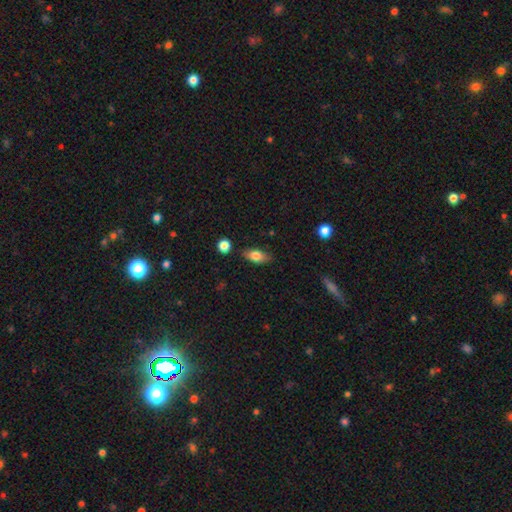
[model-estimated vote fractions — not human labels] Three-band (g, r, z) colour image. It shows a smooth galaxy with no disk features (76%) that is in between round and cigar-shaped (85%). Merging: none (83%).